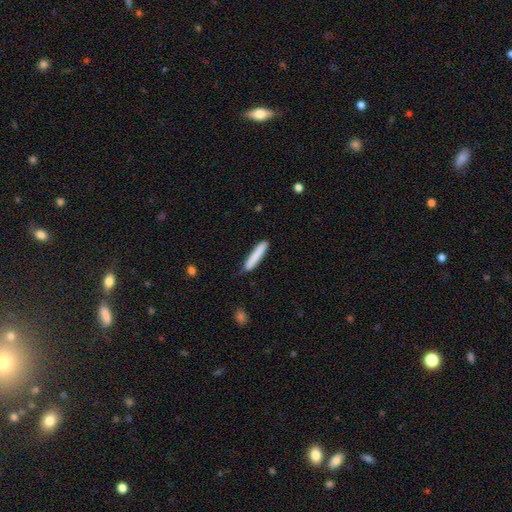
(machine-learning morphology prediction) Smooth or featured?
  - smooth: 82% *
  - featured or disk: 13%
  - star or artifact: 6%
How rounded?
  - cigar-shaped: 93% *
  - in between: 6%
  - round: 1%
Merging?
  - none: 80% *
  - minor disturbance: 16%
  - major disturbance: 3%
  - merger: 2%